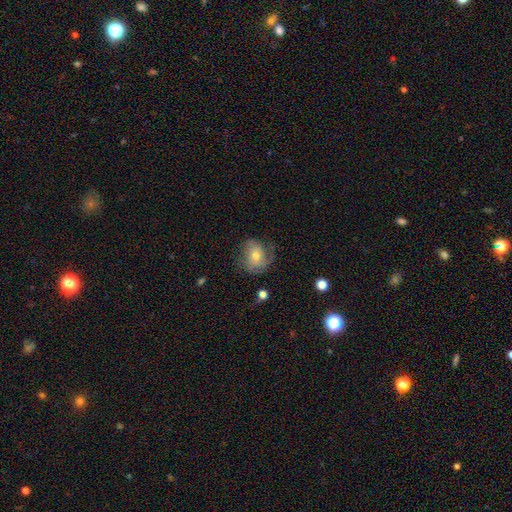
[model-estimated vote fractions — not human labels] Q: Smooth or featured?
A: featured or disk (50%); runner-up: smooth (41%)
Q: Merging?
A: none (56%); runner-up: minor disturbance (25%)